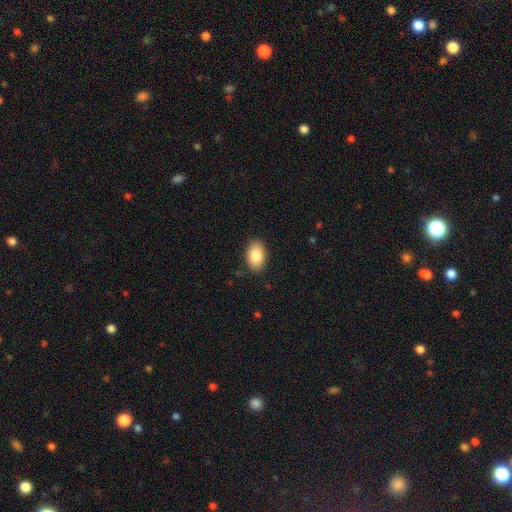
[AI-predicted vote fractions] A smooth galaxy with no disk features (84%) that is in between round and cigar-shaped (90%). Merging: none (87%).